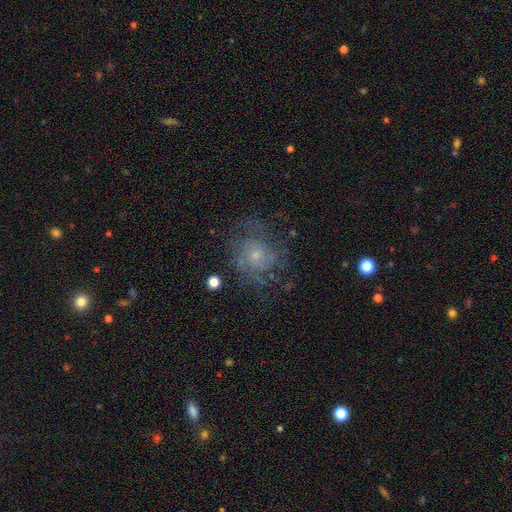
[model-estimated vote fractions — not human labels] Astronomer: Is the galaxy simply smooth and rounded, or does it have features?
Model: featured or disk — 69%.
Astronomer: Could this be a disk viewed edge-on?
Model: no — 98%.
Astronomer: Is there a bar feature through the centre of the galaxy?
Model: no — 77%.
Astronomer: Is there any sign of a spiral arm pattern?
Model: yes — 84%.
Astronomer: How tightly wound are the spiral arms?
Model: tight — 44% (runner-up: medium, 41%).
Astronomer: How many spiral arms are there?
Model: can't tell — 39% (runner-up: 2, 27%).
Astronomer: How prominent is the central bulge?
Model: small — 67%.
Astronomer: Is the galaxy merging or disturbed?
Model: none — 64%.